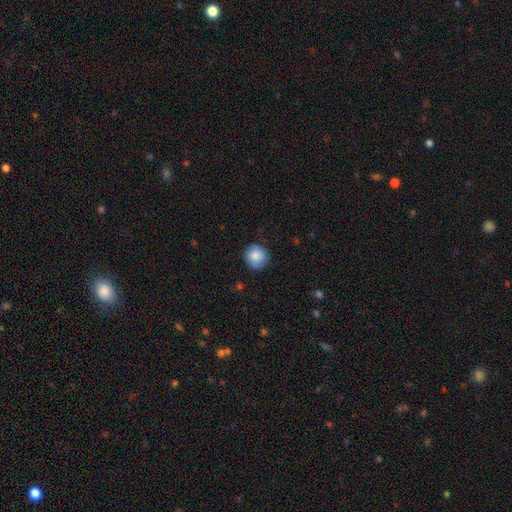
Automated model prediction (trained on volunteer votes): Smooth or featured?
  - smooth: 84% *
  - featured or disk: 9%
  - star or artifact: 7%
How rounded?
  - round: 91% *
  - in between: 8%
  - cigar-shaped: 1%
Merging?
  - none: 82% *
  - minor disturbance: 14%
  - major disturbance: 3%
  - merger: 1%